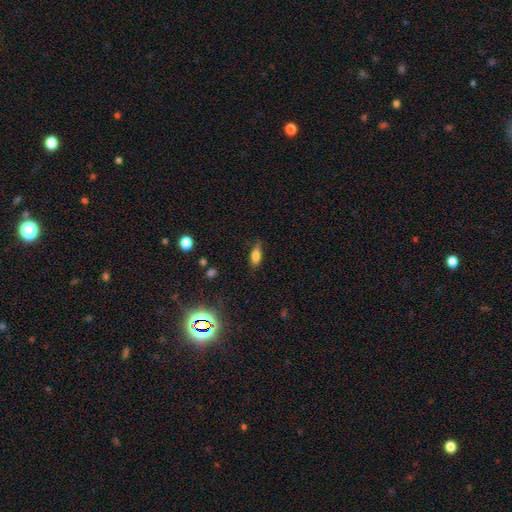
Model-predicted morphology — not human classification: A smooth galaxy with no disk features (72%) that is in between round and cigar-shaped (71%). Merging: none (76%).